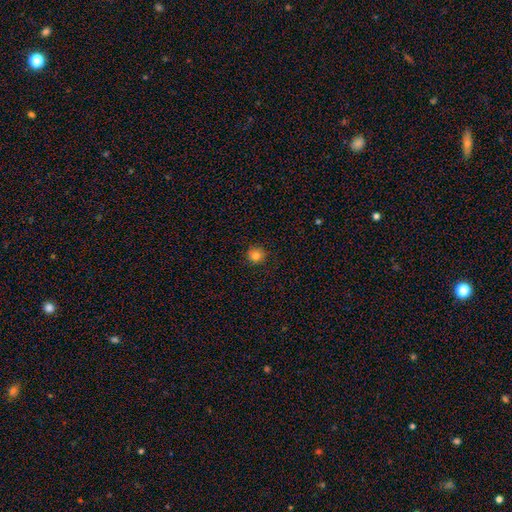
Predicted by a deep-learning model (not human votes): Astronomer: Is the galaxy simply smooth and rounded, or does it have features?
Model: smooth — 83%.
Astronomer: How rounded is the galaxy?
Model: round — 94%.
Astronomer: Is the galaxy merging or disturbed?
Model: none — 90%.